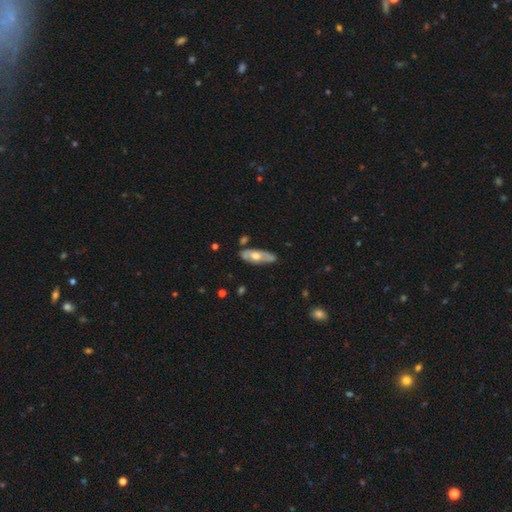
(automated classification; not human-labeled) Q: Smooth or featured?
A: featured or disk (51%); runner-up: smooth (43%)
Q: Edge-on disk?
A: no (68%); runner-up: yes (32%)
Q: Merging?
A: none (76%); runner-up: minor disturbance (17%)